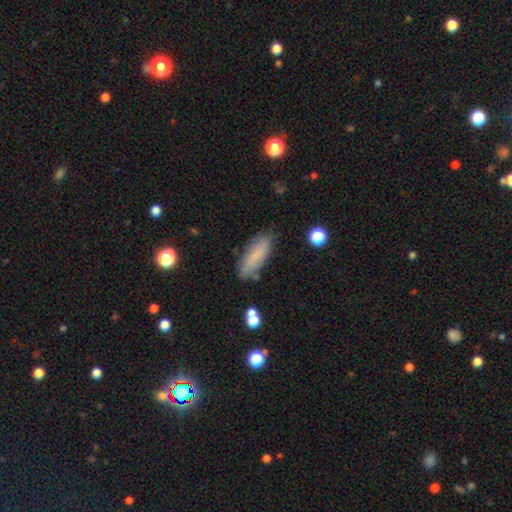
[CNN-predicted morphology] Overall: smooth (78%). How rounded: in between (56%; cigar-shaped 42%). Merging: none (79%).